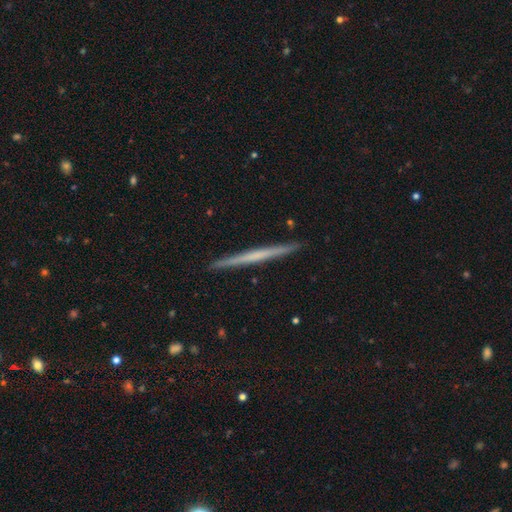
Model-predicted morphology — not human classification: Q: Smooth or featured?
A: featured or disk (55%); runner-up: smooth (39%)
Q: Edge-on disk?
A: yes (98%); runner-up: no (2%)
Q: Edge-on bulge?
A: none (86%); runner-up: rounded (9%)
Q: Merging?
A: none (93%); runner-up: minor disturbance (5%)